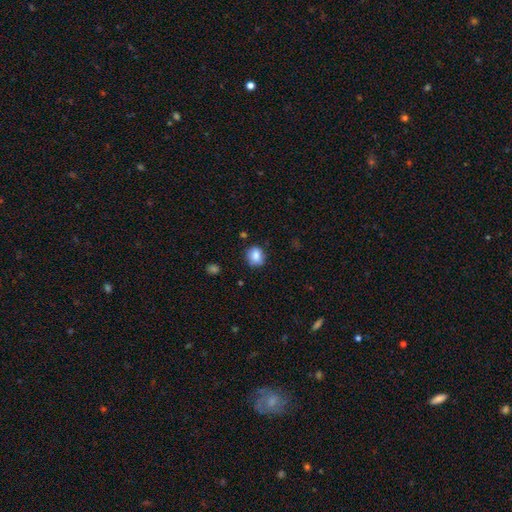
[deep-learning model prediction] This appears to be a smooth galaxy with no disk features (83%) that is round (69%). Merging: none (77%).